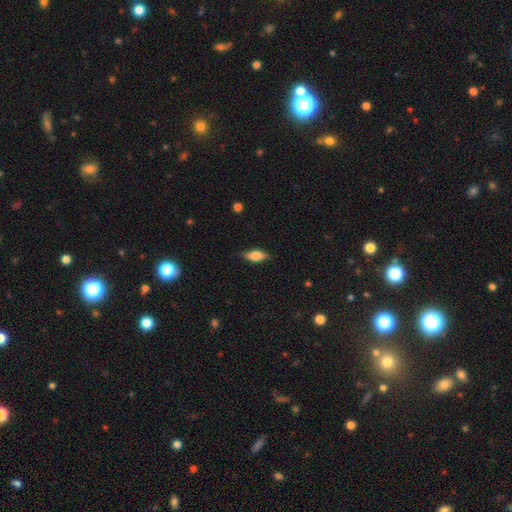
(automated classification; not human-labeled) smooth-or-featured: smooth: 55% | featured or disk: 38% | star or artifact: 7%
  how-rounded: in between: 71% | cigar-shaped: 25% | round: 4%
  merging: none: 83% | minor disturbance: 13% | major disturbance: 3% | merger: 1%